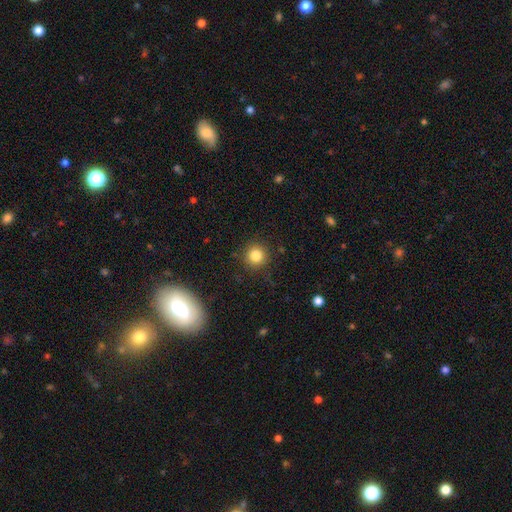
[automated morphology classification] Smooth or featured: smooth — 83% (star or artifact — 12%)
How rounded: round — 94% (in between — 5%)
Merging: none — 90% (minor disturbance — 7%)